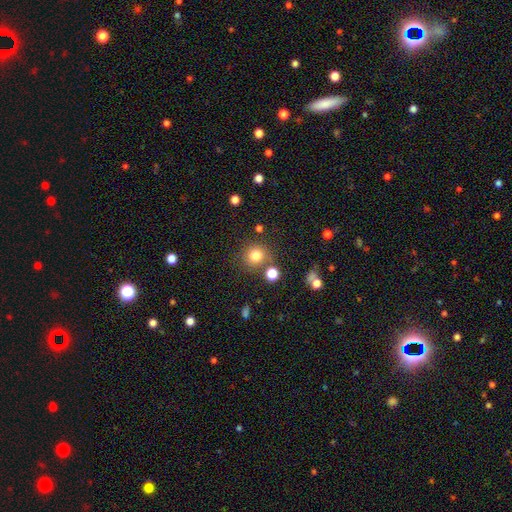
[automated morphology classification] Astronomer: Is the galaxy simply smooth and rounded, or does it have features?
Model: smooth — 79%.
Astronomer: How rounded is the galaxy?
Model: round — 90%.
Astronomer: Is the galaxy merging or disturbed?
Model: none — 75%.